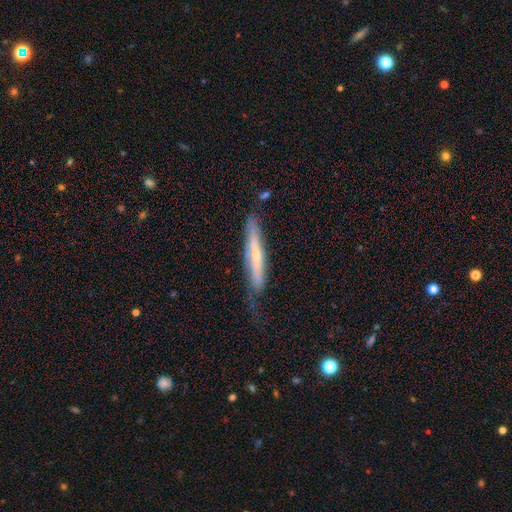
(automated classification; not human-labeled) Smooth or featured? Predicted: featured or disk (p=0.59). Edge-on disk? Predicted: yes (p=0.85). Edge-on bulge? Predicted: rounded (p=0.57). Merging? Predicted: none (p=0.60).